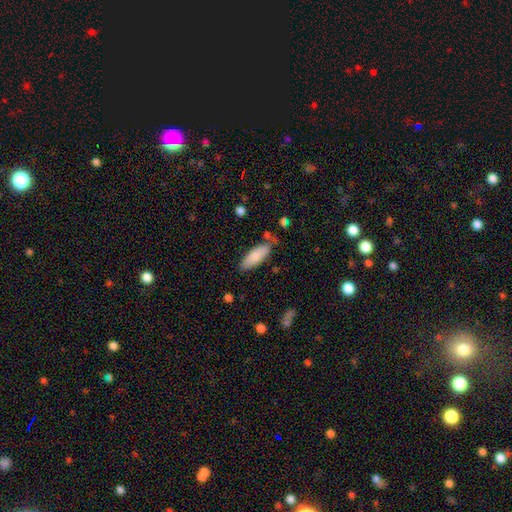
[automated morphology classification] Smooth or featured? Predicted: smooth (p=0.85). How rounded? Predicted: in between (p=0.67). Merging? Predicted: none (p=0.74).